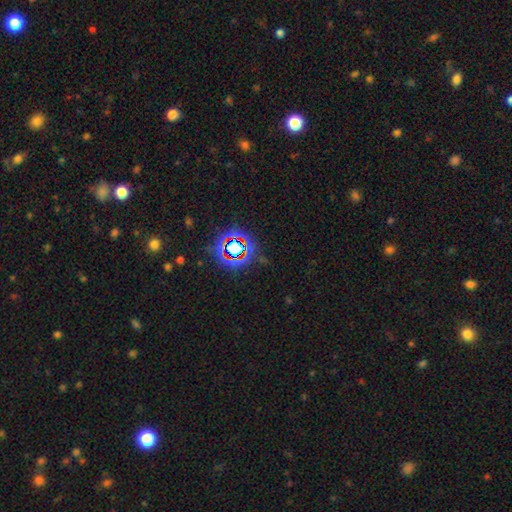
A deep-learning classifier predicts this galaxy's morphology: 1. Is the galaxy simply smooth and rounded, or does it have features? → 75% star or artifact, 15% smooth, 10% featured or disk.